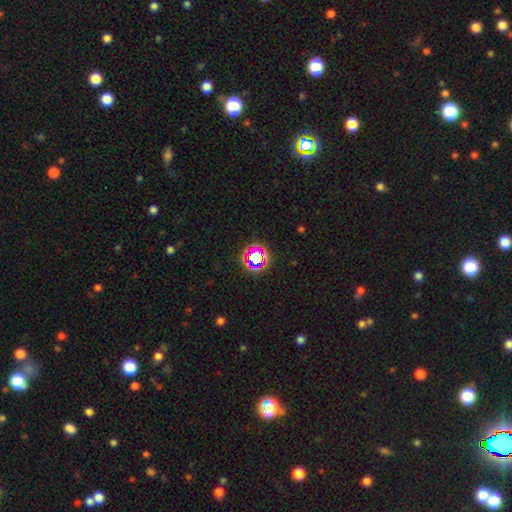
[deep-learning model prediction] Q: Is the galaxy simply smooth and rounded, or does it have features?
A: star or artifact — 61%.